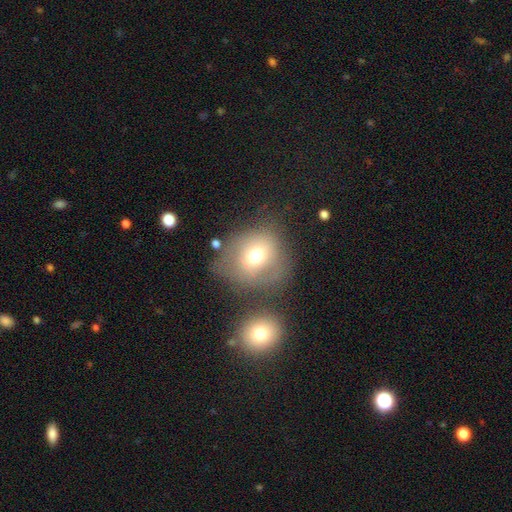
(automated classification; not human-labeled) smooth-or-featured: smooth: 66% | featured or disk: 22% | star or artifact: 12%
  how-rounded: round: 71% | in between: 28% | cigar-shaped: 1%
  merging: none: 47% | minor disturbance: 21% | merger: 17% | major disturbance: 15%